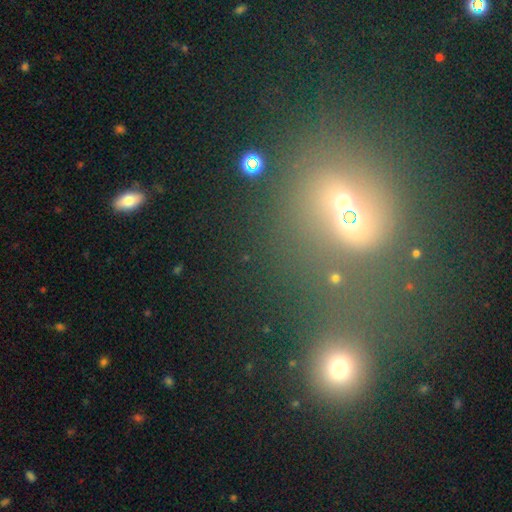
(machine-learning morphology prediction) Overall: smooth (45%; star or artifact 33%). Merging: merger (55%; none 31%).